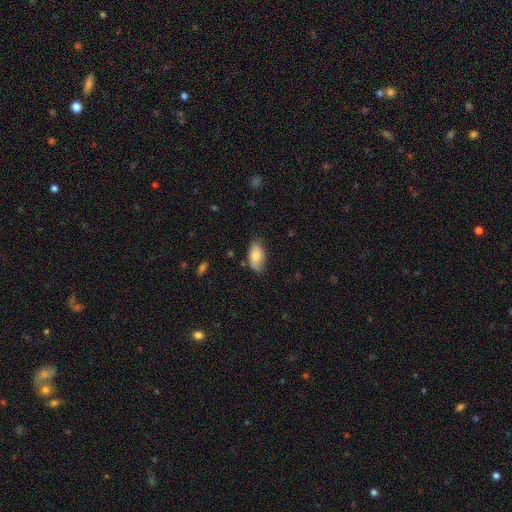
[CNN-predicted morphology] This appears to be a smooth galaxy with no disk features (77%) that is in between round and cigar-shaped (94%). Merging: none (69%).